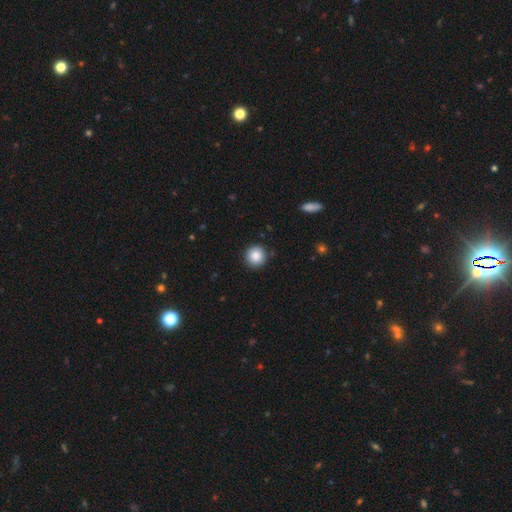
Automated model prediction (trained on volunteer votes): Smooth or featured: smooth — 88% (star or artifact — 9%)
How rounded: round — 95% (in between — 4%)
Merging: none — 90% (minor disturbance — 7%)